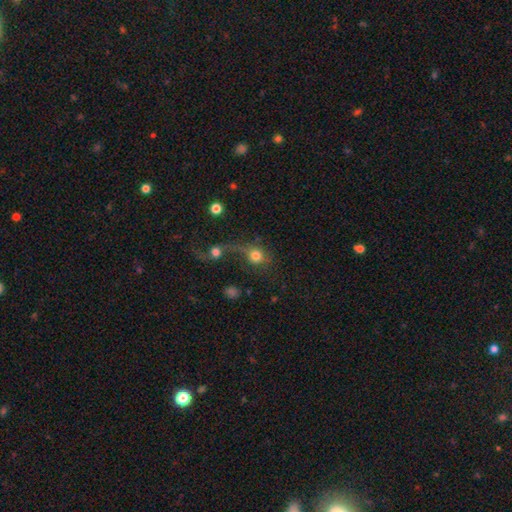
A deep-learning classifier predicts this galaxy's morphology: smooth-or-featured: smooth: 70% | featured or disk: 17% | star or artifact: 12%
  how-rounded: round: 80% | in between: 18% | cigar-shaped: 2%
  merging: merger: 47% | none: 26% | major disturbance: 17% | minor disturbance: 10%